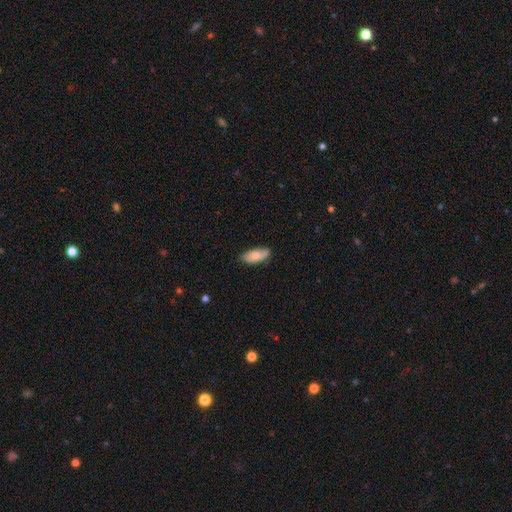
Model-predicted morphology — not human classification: Smooth or featured? Predicted: smooth (p=0.72). How rounded? Predicted: in between (p=0.82). Merging? Predicted: none (p=0.72).